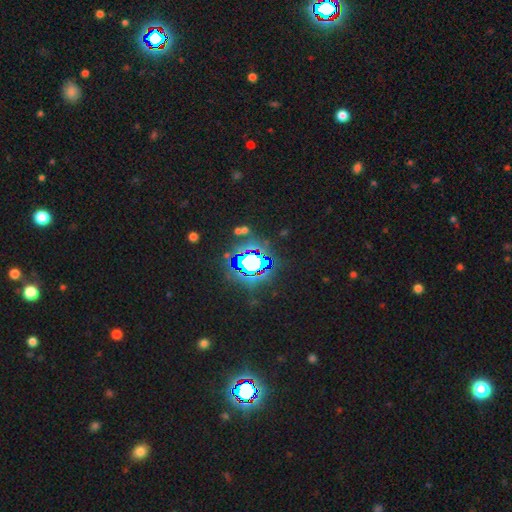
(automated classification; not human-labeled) Overall: star or artifact (81%).